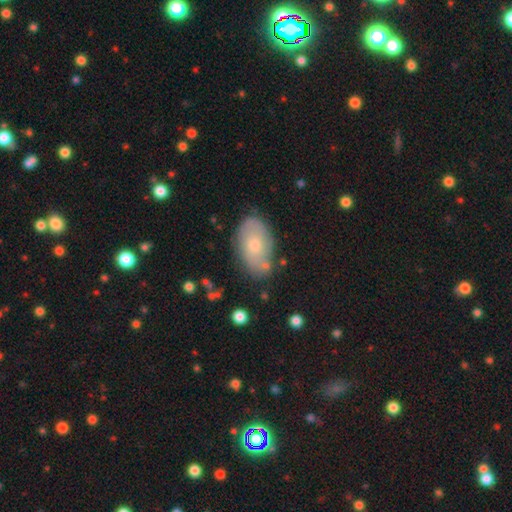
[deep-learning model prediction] Smooth or featured? smooth (60%)
How rounded? in between (92%)
Merging? none (71%)